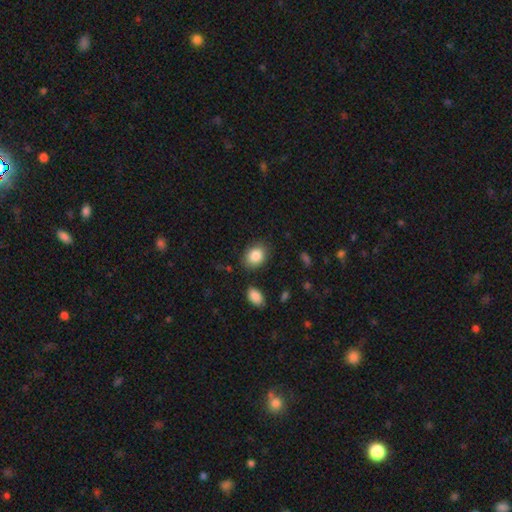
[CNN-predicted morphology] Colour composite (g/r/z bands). It shows a smooth galaxy with no disk features (86%) that is in between round and cigar-shaped (60%). Merging: none (81%).